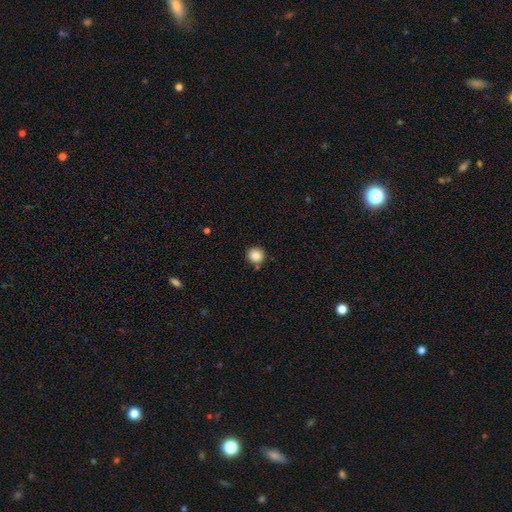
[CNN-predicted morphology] This is clearly a smooth galaxy (87%). How rounded: clearly round (92%). Merging: clearly none (83%).